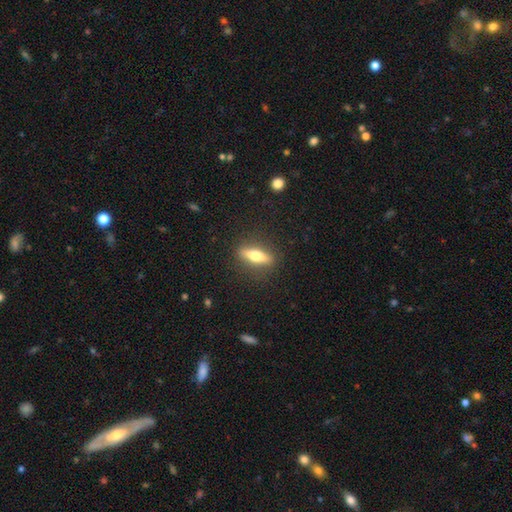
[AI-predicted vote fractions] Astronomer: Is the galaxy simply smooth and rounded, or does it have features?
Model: smooth — 52% (runner-up: featured or disk, 41%).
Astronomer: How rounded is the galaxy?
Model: cigar-shaped — 65%.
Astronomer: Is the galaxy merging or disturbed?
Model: none — 88%.